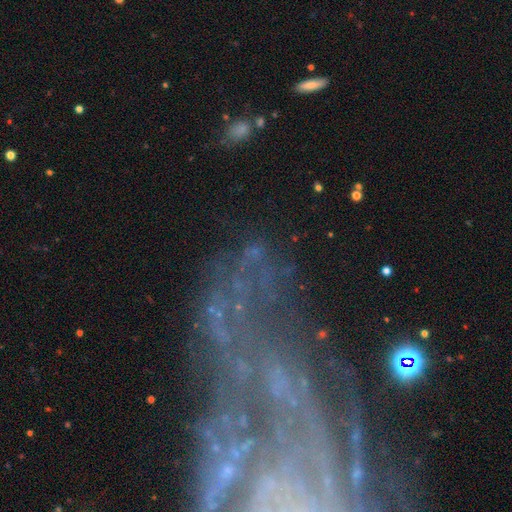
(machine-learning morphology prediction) A featured or disk galaxy (45%).

Vote fractions:
- Smooth or featured? featured or disk: 45% / star or artifact: 38% / smooth: 17%
- Merging? none: 55% / major disturbance: 21% / minor disturbance: 16% / merger: 8%